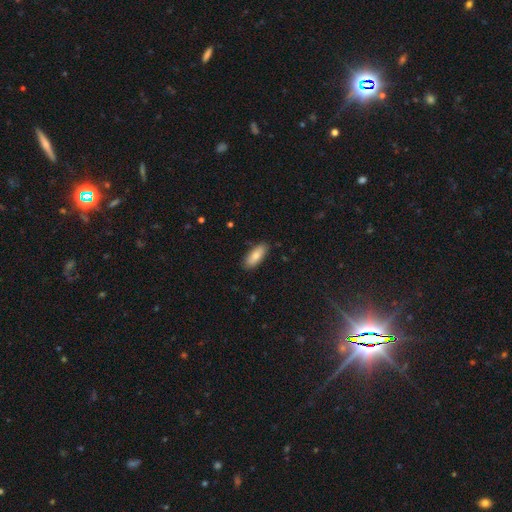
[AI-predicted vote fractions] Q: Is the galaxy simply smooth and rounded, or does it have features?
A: smooth — 81%.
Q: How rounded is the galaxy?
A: in between — 78%.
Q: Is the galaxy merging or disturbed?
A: none — 86%.